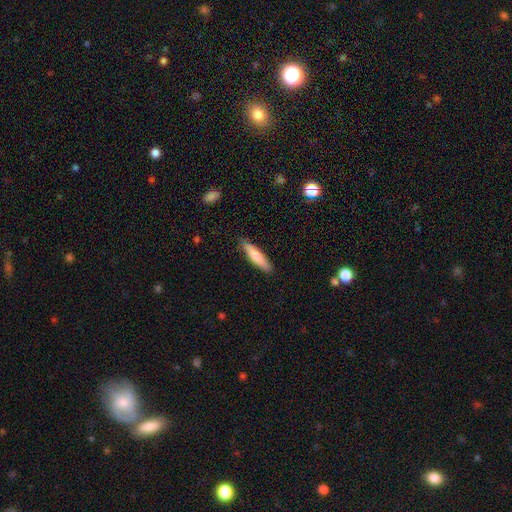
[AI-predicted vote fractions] smooth 77%, featured or disk 18%, star or artifact 5%. Down the decision tree: how rounded — cigar-shaped (82%); merging — none (86%).